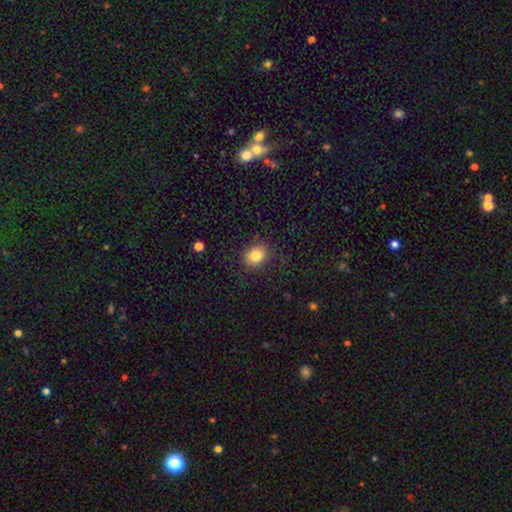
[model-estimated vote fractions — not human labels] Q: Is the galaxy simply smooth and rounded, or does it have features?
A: smooth — 82%.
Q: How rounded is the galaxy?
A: round — 56%.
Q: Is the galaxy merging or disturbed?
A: none — 82%.